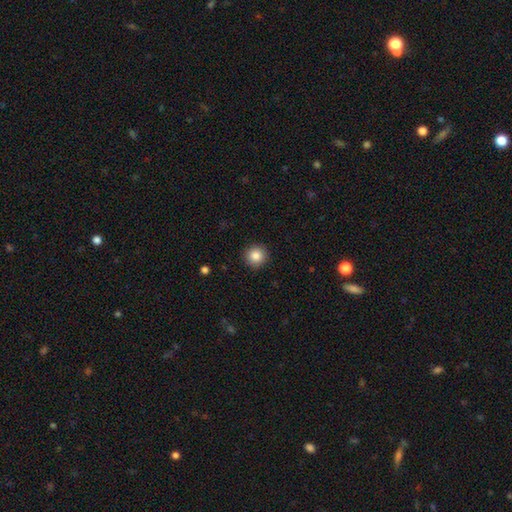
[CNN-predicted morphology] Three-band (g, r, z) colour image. It shows a smooth galaxy with no disk features (85%) that is round (95%). Merging: none (92%).